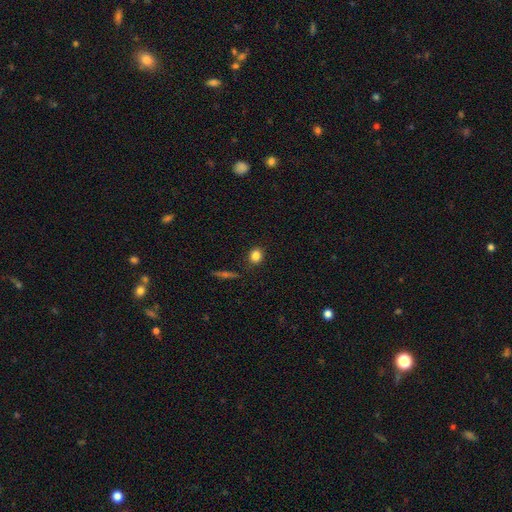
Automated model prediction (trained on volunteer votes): Smooth or featured? Predicted: smooth (p=0.83). How rounded? Predicted: round (p=0.69). Merging? Predicted: none (p=0.87).